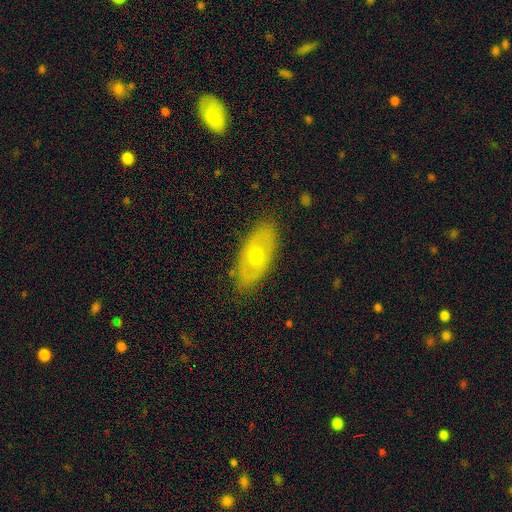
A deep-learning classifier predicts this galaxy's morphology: featured or disk 52%, smooth 39%, star or artifact 9%. Down the decision tree: edge-on disk — no (80%); merging — none (84%).